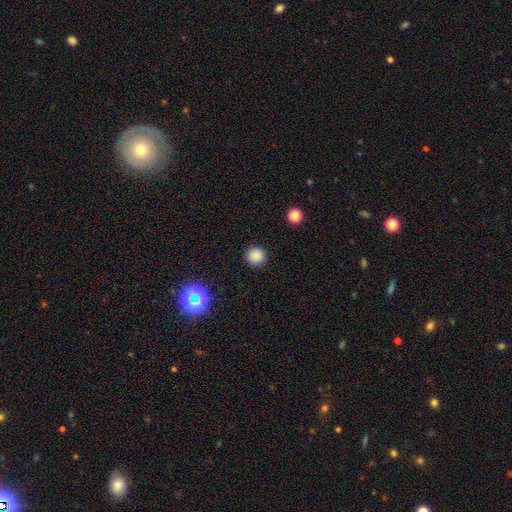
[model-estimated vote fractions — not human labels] A smooth galaxy with no disk features (84%) that is round (95%). Merging: none (92%).